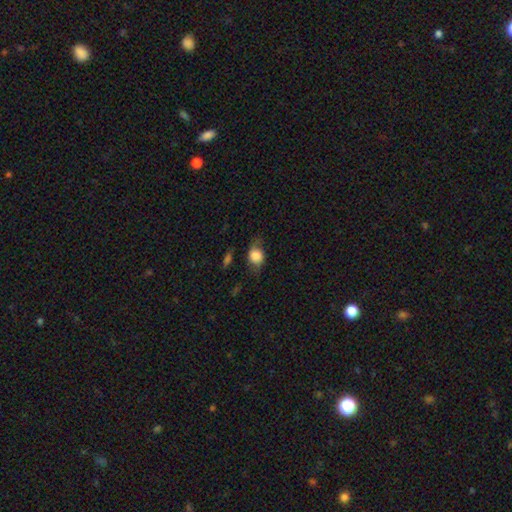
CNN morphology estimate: Q: Smooth or featured?
A: smooth (74%); runner-up: featured or disk (17%)
Q: How rounded?
A: round (53%); runner-up: in between (45%)
Q: Merging?
A: none (53%); runner-up: minor disturbance (30%)